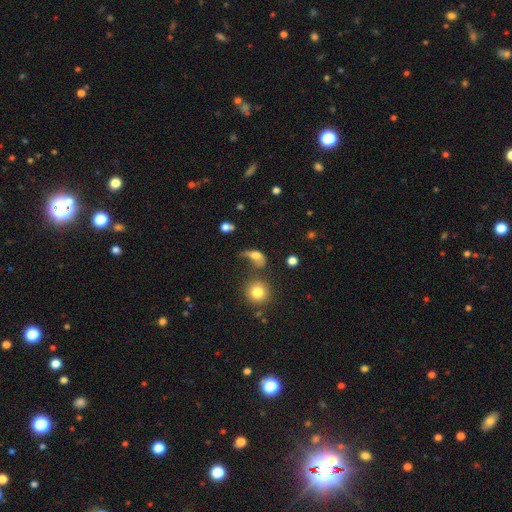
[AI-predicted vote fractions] Smooth or featured?
  - smooth: 62% *
  - featured or disk: 26%
  - star or artifact: 11%
How rounded?
  - in between: 69% *
  - round: 25%
  - cigar-shaped: 6%
Merging?
  - major disturbance: 46% *
  - minor disturbance: 21%
  - none: 21%
  - merger: 12%